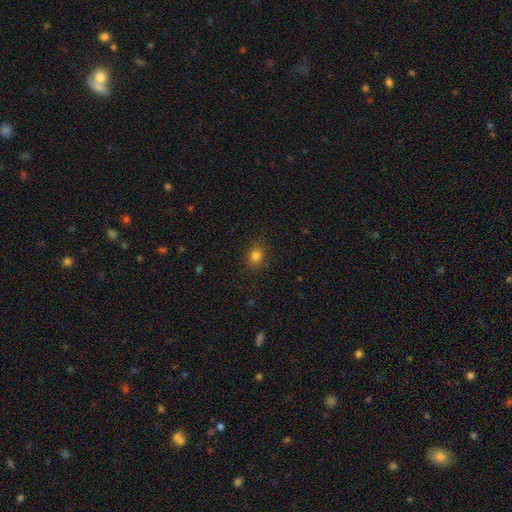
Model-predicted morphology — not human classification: Smooth or featured? smooth (82%)
How rounded? round (54%)
Merging? none (84%)